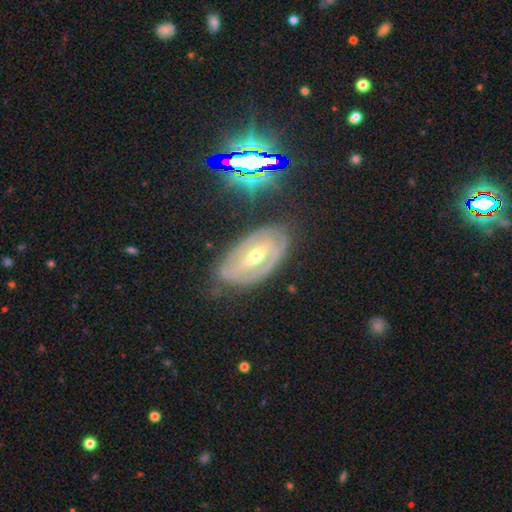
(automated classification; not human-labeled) smooth_or_featured: featured or disk (p=0.77) [alt: smooth p=0.12]
disk_edge_on: no (p=0.91) [alt: yes p=0.09]
bar: strong (p=0.43) [alt: weak p=0.38]
has_spiral_arms: yes (p=0.75) [alt: no p=0.25]
spiral_winding: tight (p=0.65) [alt: medium p=0.26]
spiral_arm_count: 2 (p=0.50) [alt: can't tell p=0.35]
bulge_size: moderate (p=0.58) [alt: small p=0.38]
merging: none (p=0.72) [alt: minor disturbance p=0.19]